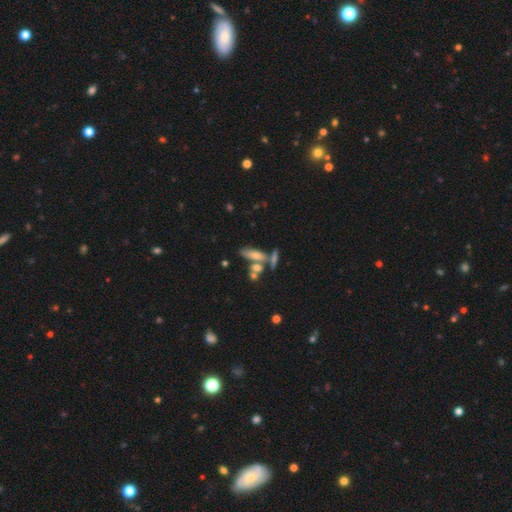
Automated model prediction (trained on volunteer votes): This is possibly a smooth galaxy (55%). How rounded: possibly in between (55%). Merging: marginally none (43%).